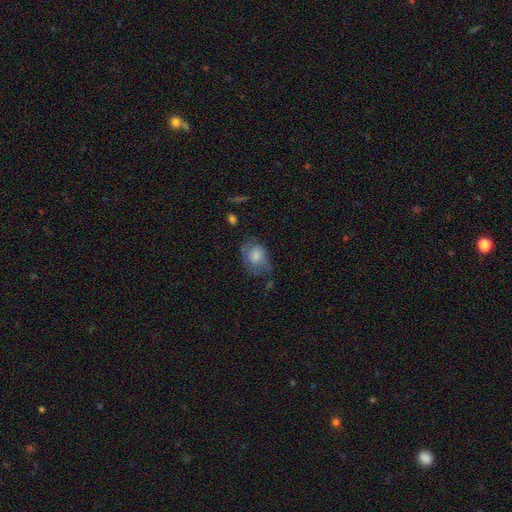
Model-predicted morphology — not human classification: Smooth or featured? smooth (69%)
How rounded? in between (68%)
Merging? none (42%)